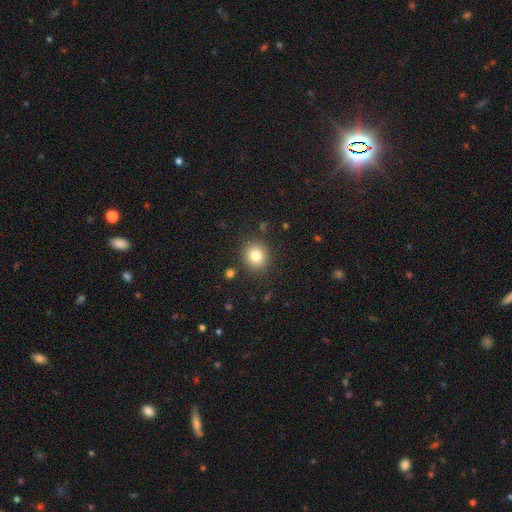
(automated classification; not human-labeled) The model was most divided on "how rounded": round: 81%, in between: 18%, cigar-shaped: 1%. More confident: merging — none (87%); smooth or featured — smooth (80%).